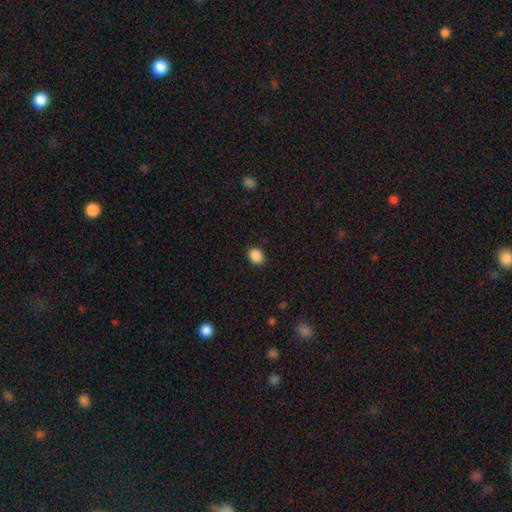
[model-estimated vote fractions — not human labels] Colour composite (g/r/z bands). It shows a smooth galaxy with no disk features (88%) that is round (55%). Merging: none (88%).